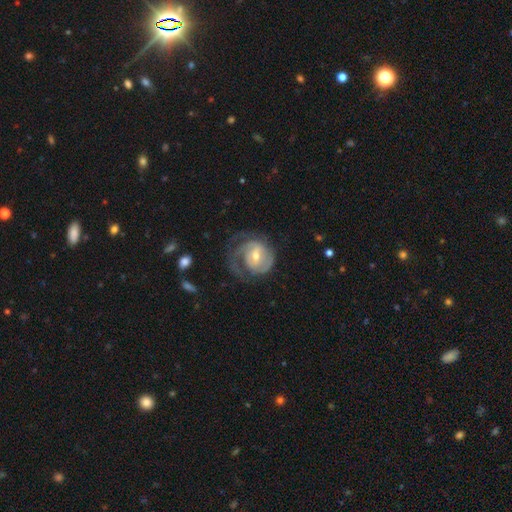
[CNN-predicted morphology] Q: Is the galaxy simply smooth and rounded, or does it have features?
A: featured or disk — 77%.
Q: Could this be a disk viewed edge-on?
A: no — 97%.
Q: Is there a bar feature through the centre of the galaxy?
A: weak — 52%.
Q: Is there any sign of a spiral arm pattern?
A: yes — 87%.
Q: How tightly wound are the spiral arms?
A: tight — 48%.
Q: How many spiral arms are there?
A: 2 — 40%.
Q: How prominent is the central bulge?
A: moderate — 54%.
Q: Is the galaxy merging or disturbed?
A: none — 45%.